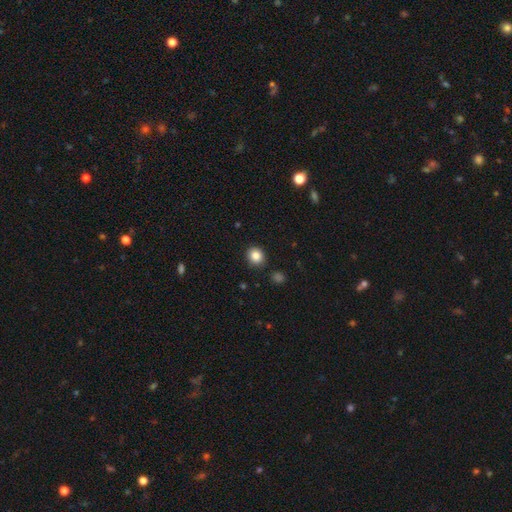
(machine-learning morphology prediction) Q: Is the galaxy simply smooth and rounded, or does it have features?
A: smooth — 85%.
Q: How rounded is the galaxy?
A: round — 81%.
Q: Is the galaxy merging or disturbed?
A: none — 89%.